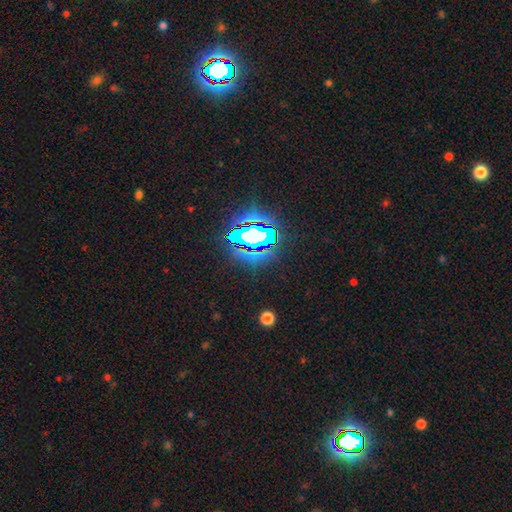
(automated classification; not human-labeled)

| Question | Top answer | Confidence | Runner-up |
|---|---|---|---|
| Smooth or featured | star or artifact | 85% | smooth (9%) |